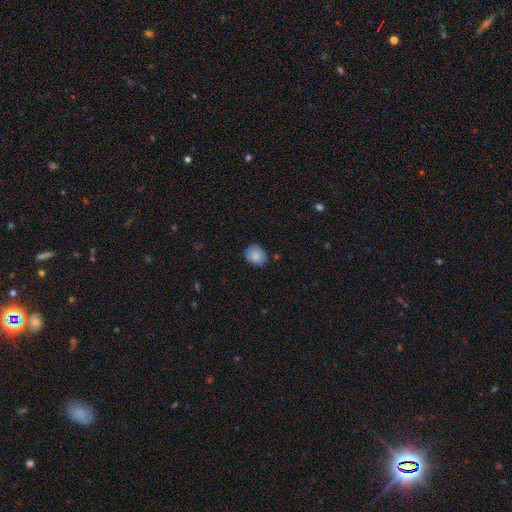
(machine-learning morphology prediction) This is clearly a smooth galaxy (85%). How rounded: possibly round (59%). Merging: likely none (77%).